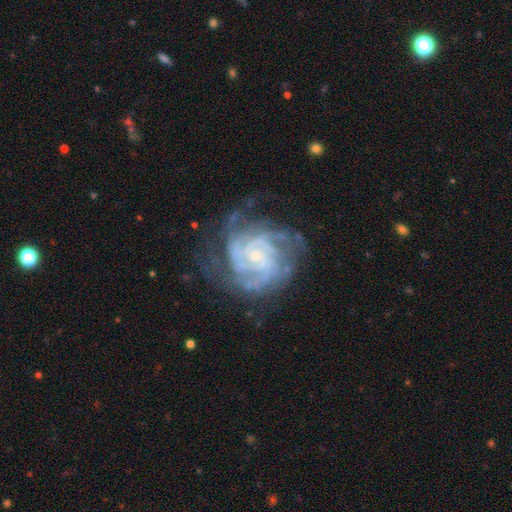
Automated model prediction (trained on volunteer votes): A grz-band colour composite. It shows a featured or disk galaxy (88%) with no bar (66%), 4 (27%) tight (66%) spiral arms (97%) and a small central bulge (80%). Merging: none (68%).